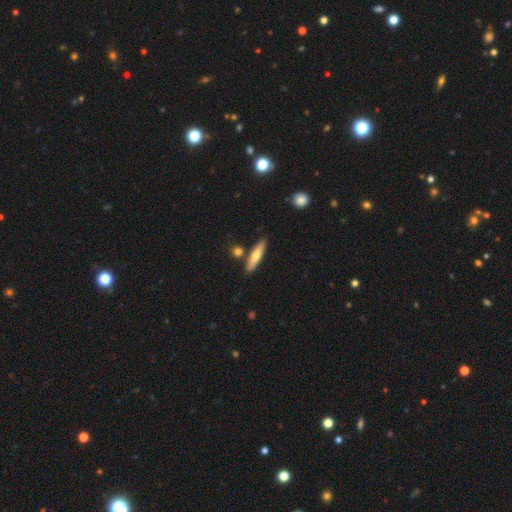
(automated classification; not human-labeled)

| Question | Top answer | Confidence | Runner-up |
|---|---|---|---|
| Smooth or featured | smooth | 60% | featured or disk (34%) |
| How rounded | cigar-shaped | 80% | in between (18%) |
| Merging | none | 80% | minor disturbance (10%) |